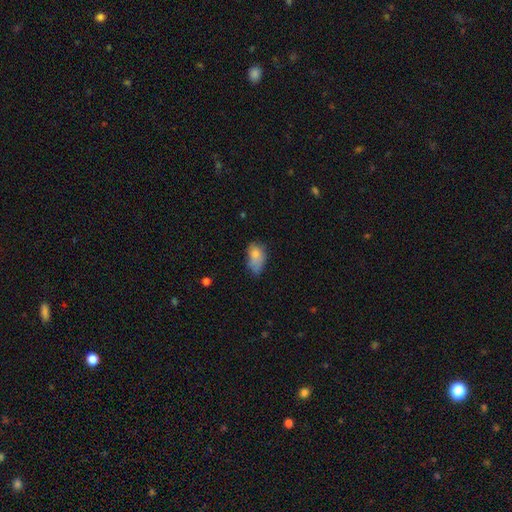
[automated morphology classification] type=smooth (76%); roundness=in between (86%); merging=minor disturbance (37%).